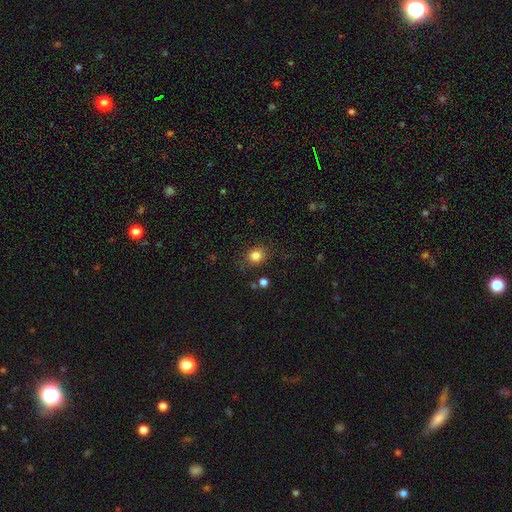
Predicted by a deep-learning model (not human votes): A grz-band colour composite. It shows a smooth galaxy with no disk features (83%) that is round (77%). Merging: none (84%).